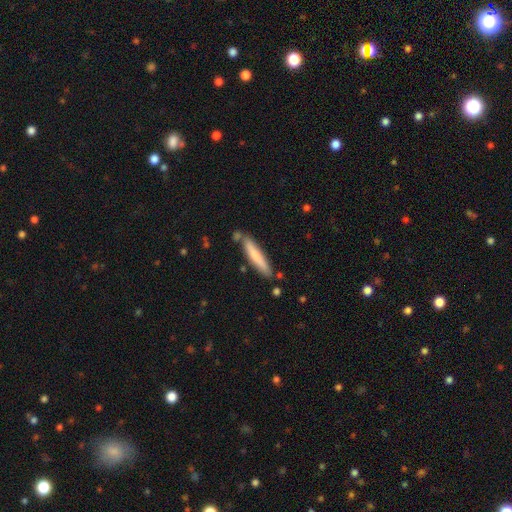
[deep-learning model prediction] Smooth or featured: smooth — 73% (featured or disk — 21%)
How rounded: cigar-shaped — 91% (in between — 8%)
Merging: none — 77% (minor disturbance — 14%)